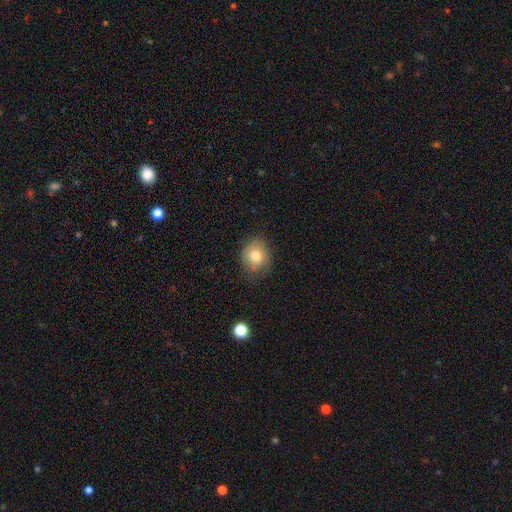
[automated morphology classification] The model was most divided on "how rounded": round: 62%, in between: 37%, cigar-shaped: 1%. More confident: smooth or featured — smooth (79%); merging — none (73%).